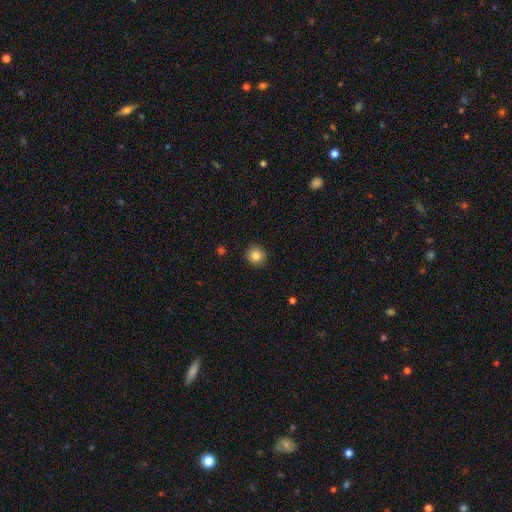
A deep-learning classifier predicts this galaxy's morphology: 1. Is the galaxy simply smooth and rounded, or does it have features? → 85% smooth, 10% star or artifact, 5% featured or disk.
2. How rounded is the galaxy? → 93% round, 6% in between, 1% cigar-shaped.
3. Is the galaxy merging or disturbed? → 91% none, 6% minor disturbance, 2% major disturbance, 1% merger.